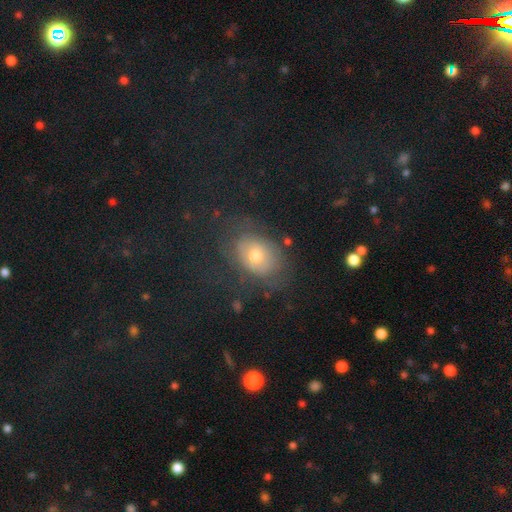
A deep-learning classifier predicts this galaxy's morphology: smooth 54%, featured or disk 32%, star or artifact 14%. Down the decision tree: how rounded — in between (69%); merging — none (64%).